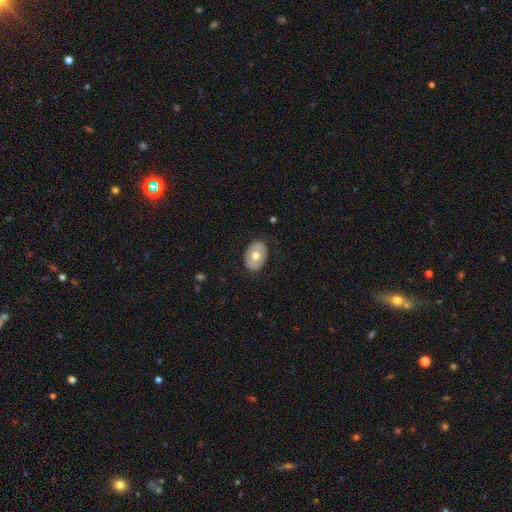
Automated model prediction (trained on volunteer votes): Smooth or featured? smooth (59%)
How rounded? in between (75%)
Merging? none (85%)